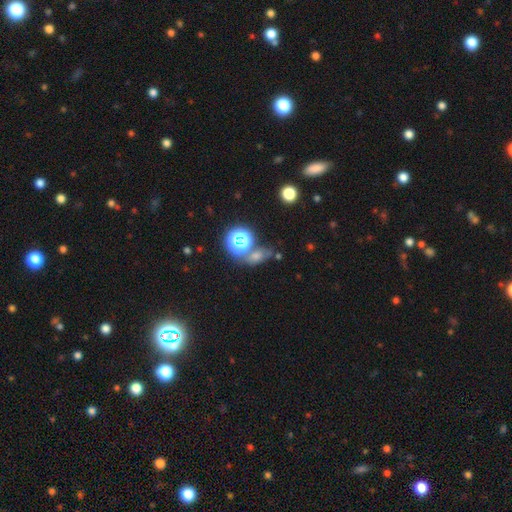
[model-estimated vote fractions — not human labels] Smooth or featured?
  - star or artifact: 47% *
  - smooth: 39%
  - featured or disk: 14%